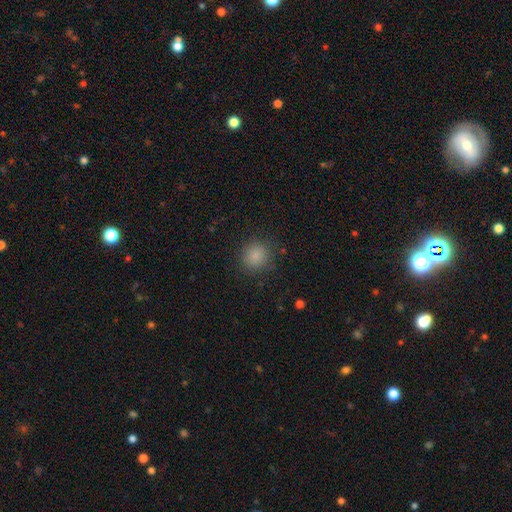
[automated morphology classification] Overall: smooth (86%). How rounded: round (88%). Merging: none (87%).